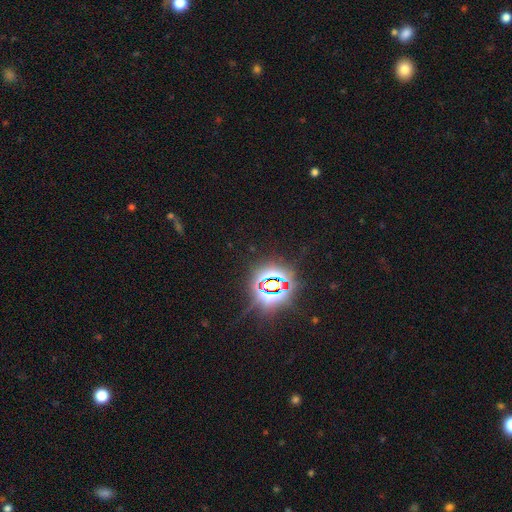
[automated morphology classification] smooth-or-featured: star or artifact: 82% | smooth: 10% | featured or disk: 8%